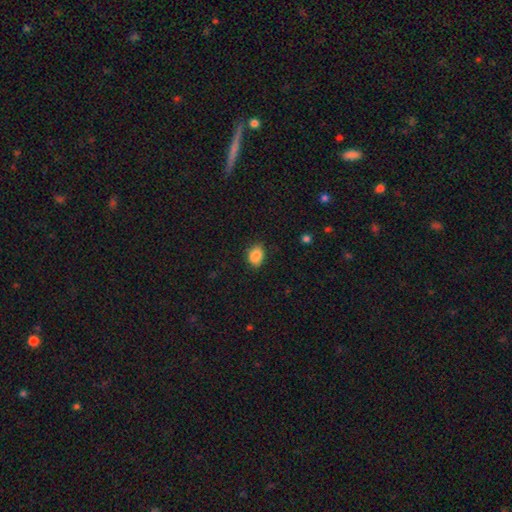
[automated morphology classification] Q: Smooth or featured?
A: smooth (87%); runner-up: star or artifact (8%)
Q: How rounded?
A: in between (74%); runner-up: round (25%)
Q: Merging?
A: none (74%); runner-up: minor disturbance (21%)